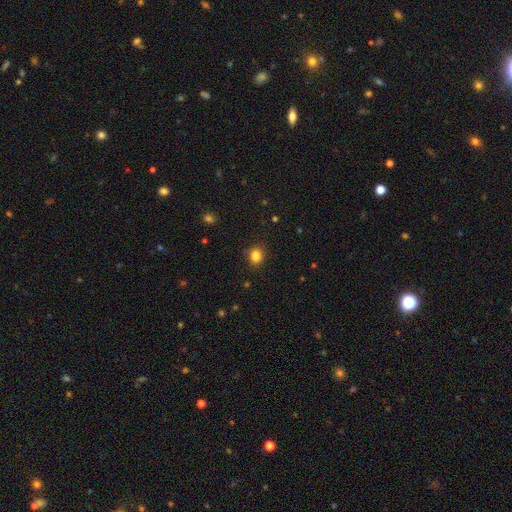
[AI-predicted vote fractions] A smooth galaxy with no disk features (84%) that is round (56%). Merging: none (82%).